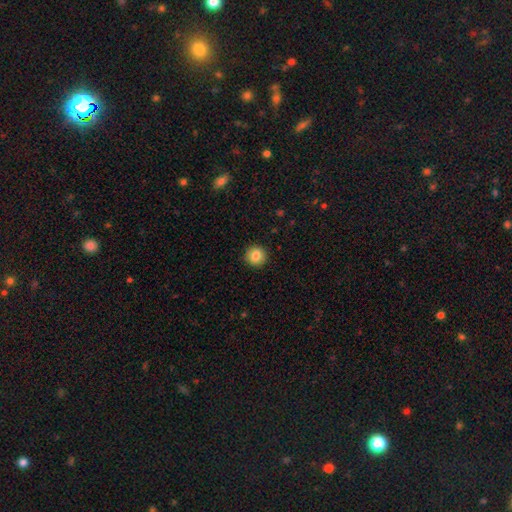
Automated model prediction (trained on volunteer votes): This appears to be a smooth galaxy with no disk features (85%) that is round (94%). Merging: none (93%).